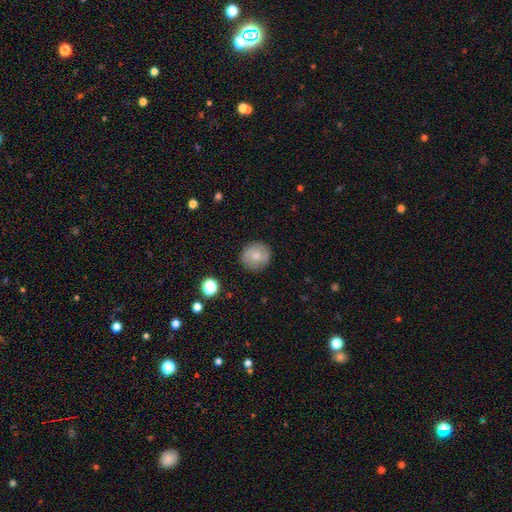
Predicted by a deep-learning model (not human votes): Smooth or featured? Predicted: smooth (p=0.54). How rounded? Predicted: round (p=0.90). Merging? Predicted: none (p=0.86).